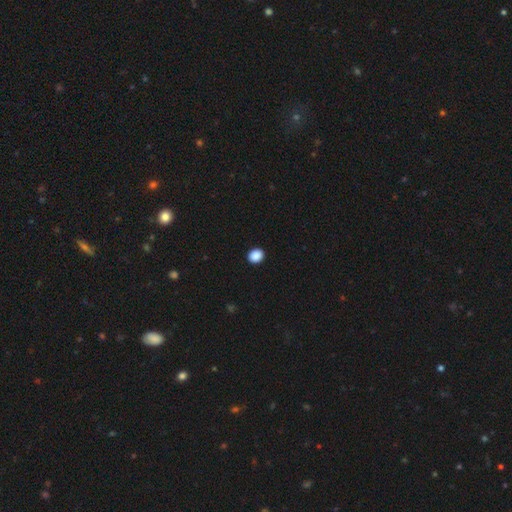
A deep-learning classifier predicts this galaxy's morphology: smooth 89%, star or artifact 9%, featured or disk 2%. Down the decision tree: how rounded — round (68%); merging — none (92%).